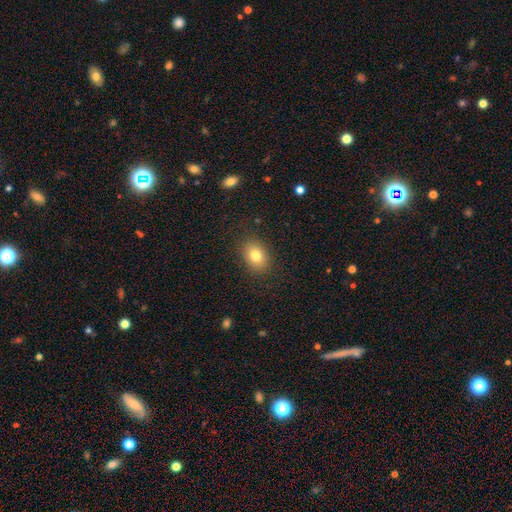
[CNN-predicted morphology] A smooth galaxy with no disk features (80%) that is in between round and cigar-shaped (68%).

Vote fractions:
- Smooth or featured? smooth: 80% / featured or disk: 10% / star or artifact: 10%
- How rounded? in between: 68% / round: 31% / cigar-shaped: 1%
- Merging? none: 86% / minor disturbance: 10% / major disturbance: 3% / merger: 1%